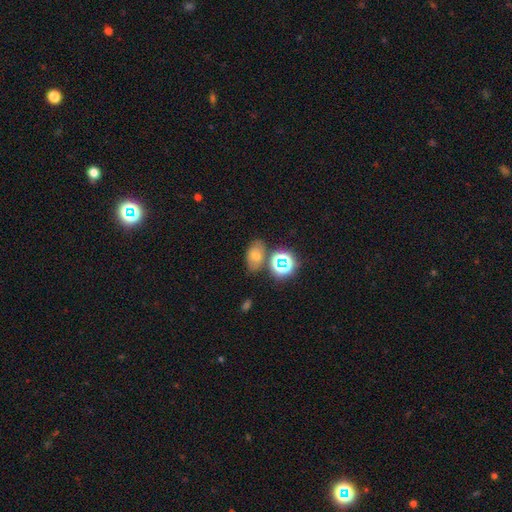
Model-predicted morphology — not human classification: Smooth or featured? smooth (52%)
How rounded? in between (73%)
Merging? none (70%)